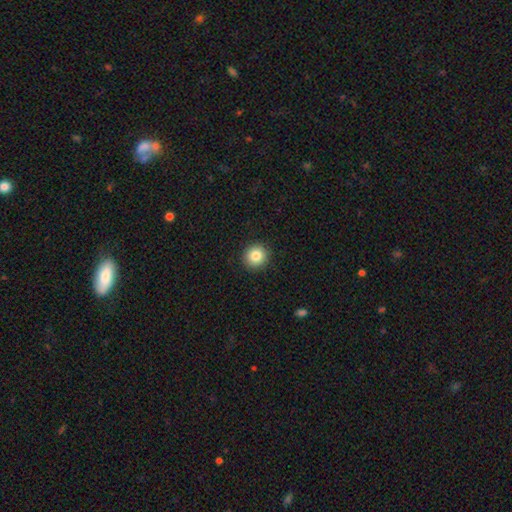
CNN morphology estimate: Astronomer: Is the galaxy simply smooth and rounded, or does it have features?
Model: smooth — 84%.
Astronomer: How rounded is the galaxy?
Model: round — 91%.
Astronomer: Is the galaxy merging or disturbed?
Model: none — 92%.